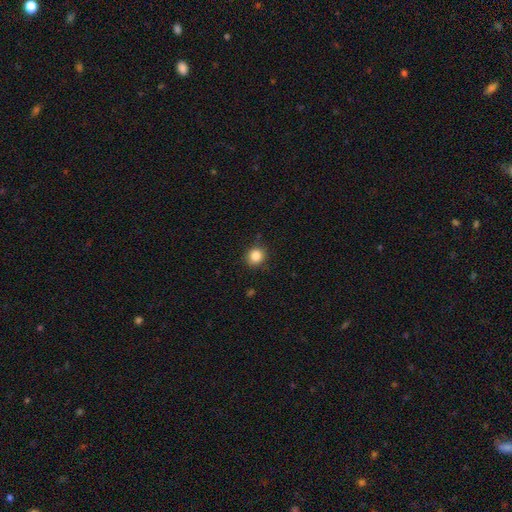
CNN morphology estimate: A smooth galaxy with no disk features (85%) that is round (85%). Merging: none (86%).